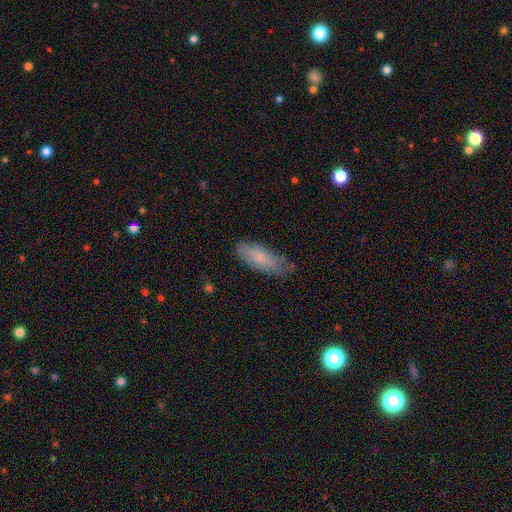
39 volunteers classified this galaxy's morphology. Q: Smooth or featured?
A: smooth (87%); runner-up: star or artifact (8%)
Q: How rounded?
A: in between (65%); runner-up: cigar-shaped (35%)
Q: Merging?
A: none (83%); runner-up: minor disturbance (11%)